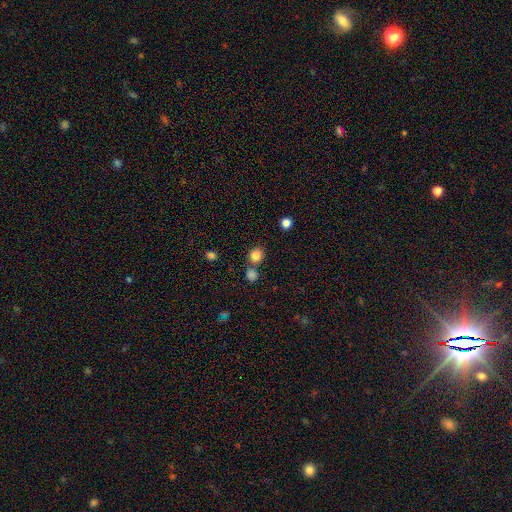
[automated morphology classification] smooth-or-featured: smooth: 83% | star or artifact: 12% | featured or disk: 5%
  how-rounded: round: 84% | in between: 15% | cigar-shaped: 1%
  merging: none: 71% | merger: 18% | minor disturbance: 9% | major disturbance: 3%